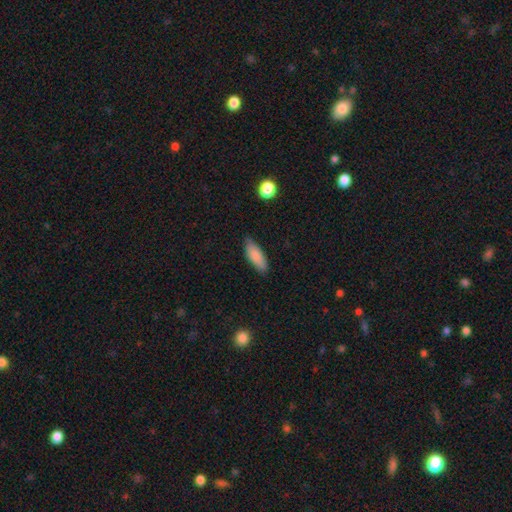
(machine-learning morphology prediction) smooth_or_featured: smooth (p=0.85) [alt: featured or disk p=0.09]
how_rounded: in between (p=0.68) [alt: cigar-shaped p=0.30]
merging: none (p=0.81) [alt: minor disturbance p=0.15]